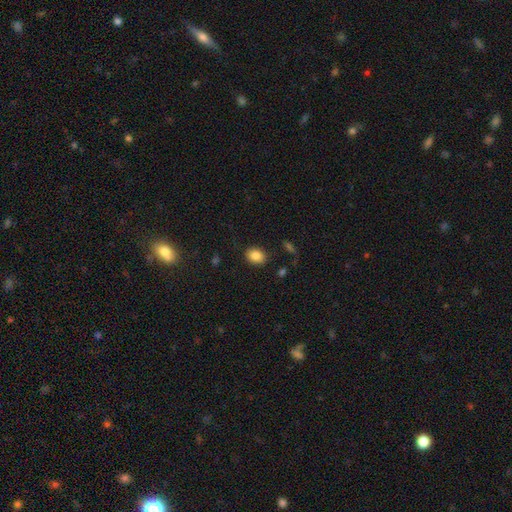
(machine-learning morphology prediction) A smooth galaxy with no disk features (86%) that is in between round and cigar-shaped (59%). Merging: none (86%).